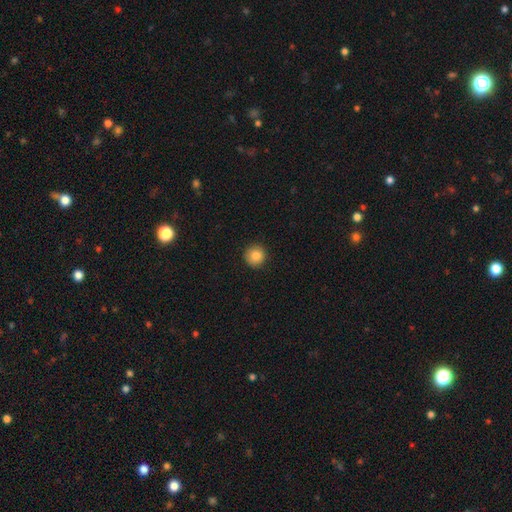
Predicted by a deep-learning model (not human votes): smooth-or-featured: smooth: 86% | star or artifact: 9% | featured or disk: 5%
  how-rounded: round: 95% | in between: 4% | cigar-shaped: 1%
  merging: none: 92% | minor disturbance: 6% | major disturbance: 2% | merger: 1%